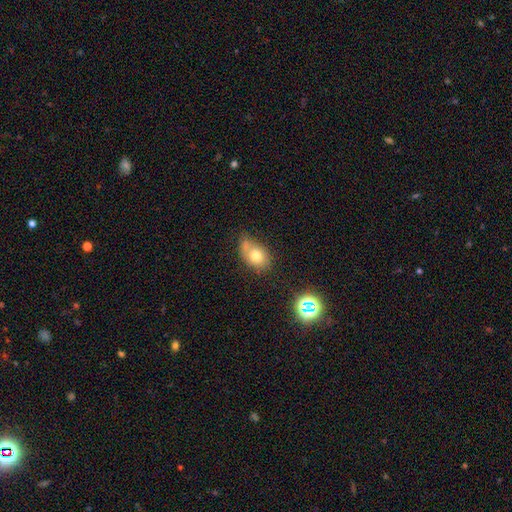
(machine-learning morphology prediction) This appears to be a smooth galaxy with no disk features (73%) that is in between round and cigar-shaped (75%). Merging: none (45%).